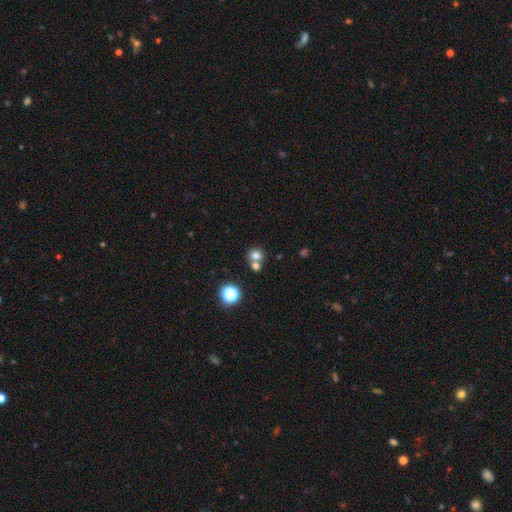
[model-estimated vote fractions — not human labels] A smooth galaxy with no disk features (75%) that is round (78%).

Vote fractions:
- Smooth or featured? smooth: 75% / star or artifact: 15% / featured or disk: 10%
- How rounded? round: 78% / in between: 21% / cigar-shaped: 1%
- Merging? none: 46% / merger: 44% / minor disturbance: 7% / major disturbance: 3%